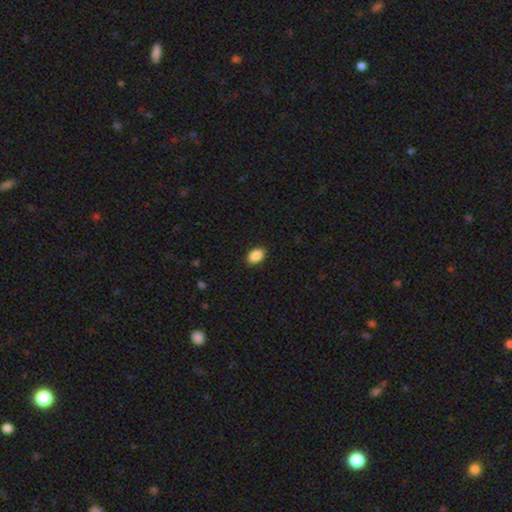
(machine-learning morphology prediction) The model was most divided on "how rounded": in between: 90%, round: 8%, cigar-shaped: 1%. More confident: merging — none (90%); smooth or featured — smooth (90%).